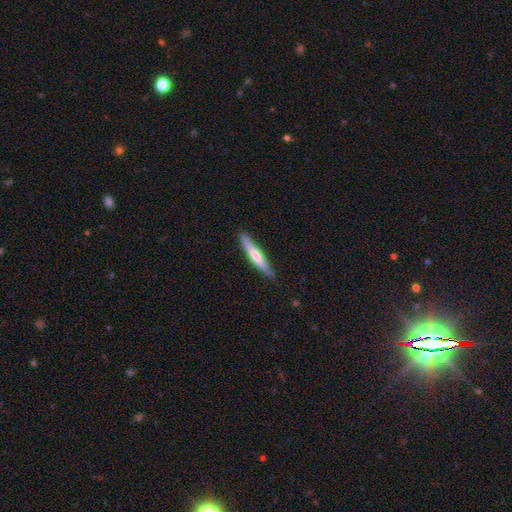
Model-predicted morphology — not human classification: Smooth or featured?
  - smooth: 55% *
  - featured or disk: 40%
  - star or artifact: 5%
How rounded?
  - cigar-shaped: 91% *
  - in between: 8%
  - round: 1%
Merging?
  - none: 86% *
  - minor disturbance: 11%
  - major disturbance: 2%
  - merger: 1%